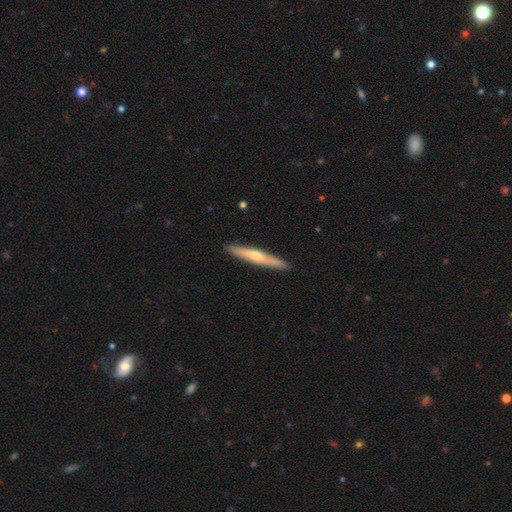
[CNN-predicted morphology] Q: Smooth or featured?
A: featured or disk (49%); runner-up: smooth (46%)
Q: Merging?
A: none (91%); runner-up: minor disturbance (7%)